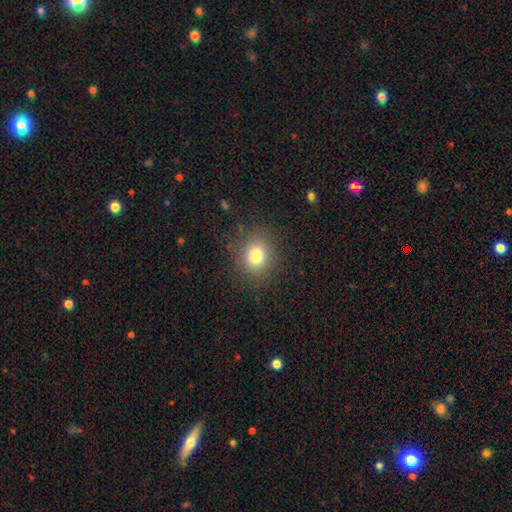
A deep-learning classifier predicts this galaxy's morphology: Overall: smooth (78%). How rounded: round (75%). Merging: none (86%).